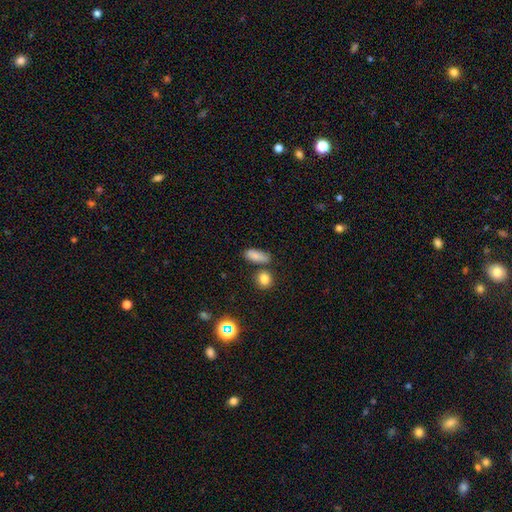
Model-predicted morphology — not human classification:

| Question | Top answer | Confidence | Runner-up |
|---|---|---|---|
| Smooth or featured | smooth | 82% | star or artifact (11%) |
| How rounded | in between | 76% | cigar-shaped (17%) |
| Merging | none | 64% | minor disturbance (18%) |